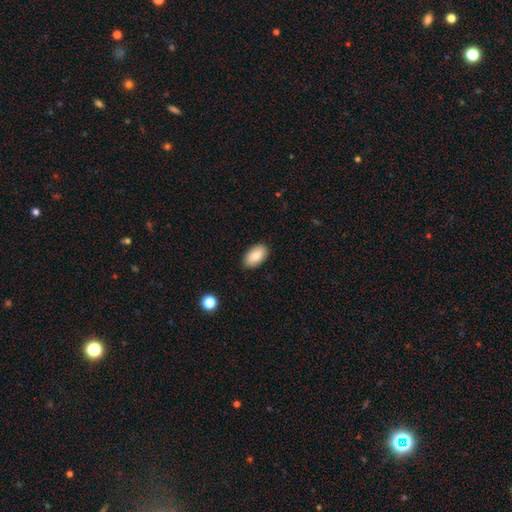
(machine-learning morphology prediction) type=smooth (85%); roundness=in between (94%); merging=none (88%).